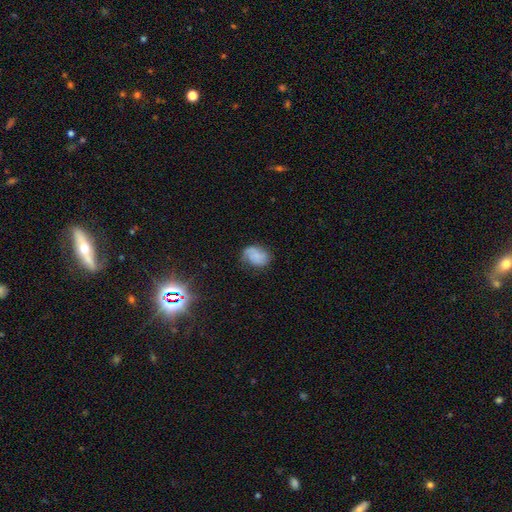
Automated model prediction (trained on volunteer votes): Smooth or featured? Predicted: smooth (p=0.58). How rounded? Predicted: in between (p=0.71). Merging? Predicted: none (p=0.56).